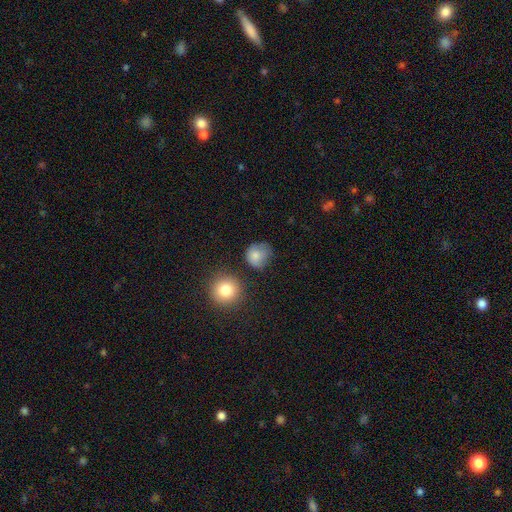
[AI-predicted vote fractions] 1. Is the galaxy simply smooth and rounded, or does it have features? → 80% smooth, 10% star or artifact, 10% featured or disk.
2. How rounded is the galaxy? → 81% round, 18% in between, 1% cigar-shaped.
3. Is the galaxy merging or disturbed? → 55% none, 28% minor disturbance, 12% major disturbance, 5% merger.